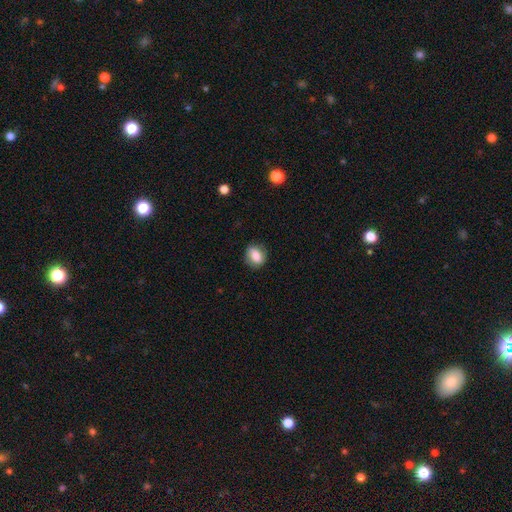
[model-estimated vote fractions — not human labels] This is likely a smooth galaxy (75%). How rounded: possibly in between (52%). Merging: clearly none (82%).